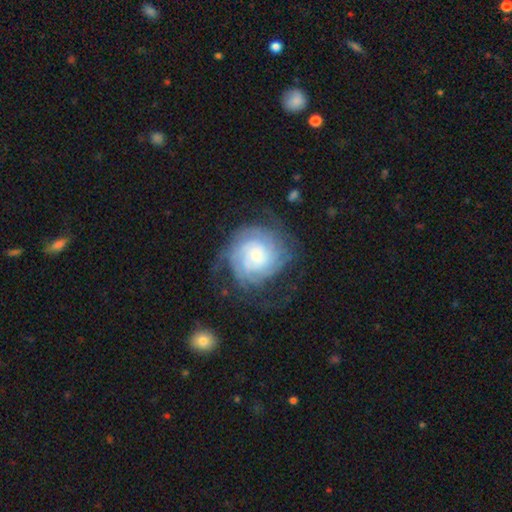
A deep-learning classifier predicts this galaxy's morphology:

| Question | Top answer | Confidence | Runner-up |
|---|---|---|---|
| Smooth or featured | featured or disk | 78% | smooth (16%) |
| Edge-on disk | no | 98% | yes (2%) |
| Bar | no | 77% | weak (20%) |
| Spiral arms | yes | 94% | no (6%) |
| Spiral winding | tight | 70% | medium (22%) |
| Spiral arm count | can't tell | 41% | 4 (15%) |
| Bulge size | small | 64% | moderate (26%) |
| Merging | none | 63% | minor disturbance (19%) |